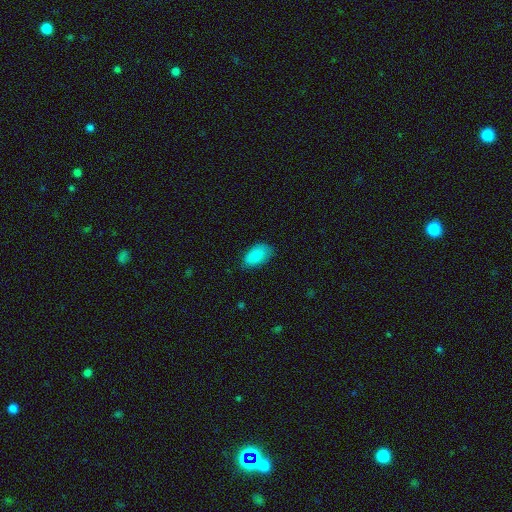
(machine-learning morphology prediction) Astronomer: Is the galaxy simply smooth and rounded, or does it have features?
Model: smooth — 86%.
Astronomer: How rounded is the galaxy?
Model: in between — 94%.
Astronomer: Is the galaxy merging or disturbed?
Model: none — 75%.